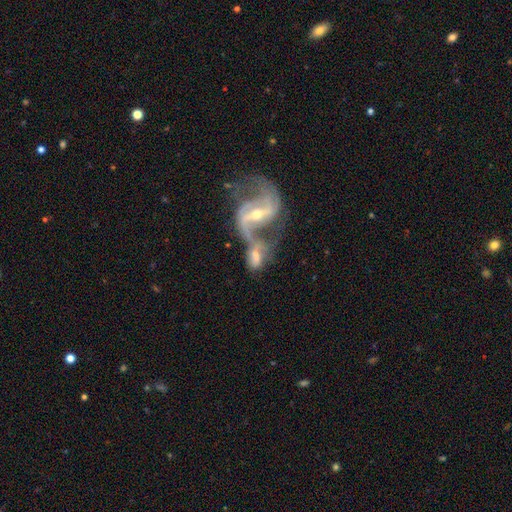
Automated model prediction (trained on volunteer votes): Smooth or featured: featured or disk — 73% (smooth — 20%)
Edge-on disk: no — 95% (yes — 5%)
Bar: strong — 44% (weak — 36%)
Spiral arms: yes — 79% (no — 21%)
Spiral winding: loose — 57% (medium — 31%)
Spiral arm count: 2 — 76% (1 — 12%)
Bulge size: small — 48% (moderate — 43%)
Merging: merger — 61% (none — 16%)